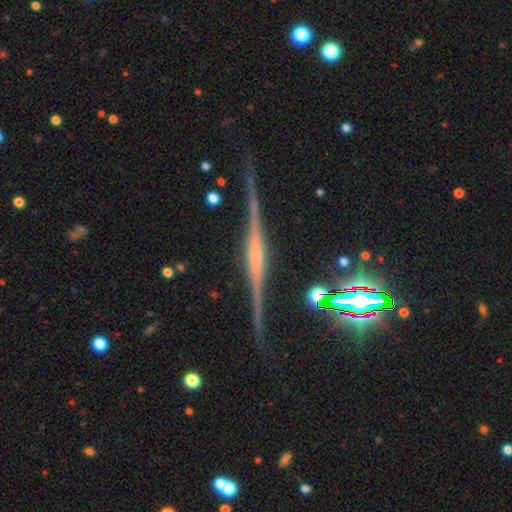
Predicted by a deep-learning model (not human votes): Smooth or featured? featured or disk (84%)
Edge-on disk? yes (98%)
Edge-on bulge? rounded (49%)
Merging? none (87%)